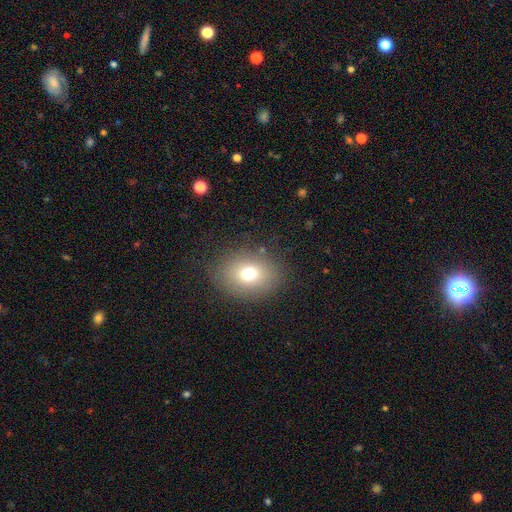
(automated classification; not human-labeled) This appears to be a smooth galaxy with no disk features (69%) that is in between round and cigar-shaped (58%). Merging: none (90%).